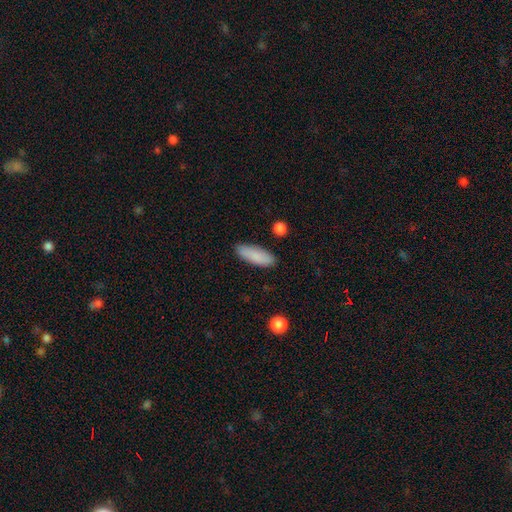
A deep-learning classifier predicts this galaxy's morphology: Smooth or featured?
  - smooth: 87% *
  - featured or disk: 7%
  - star or artifact: 6%
How rounded?
  - in between: 63% *
  - cigar-shaped: 36%
  - round: 2%
Merging?
  - none: 87% *
  - minor disturbance: 10%
  - major disturbance: 2%
  - merger: 2%